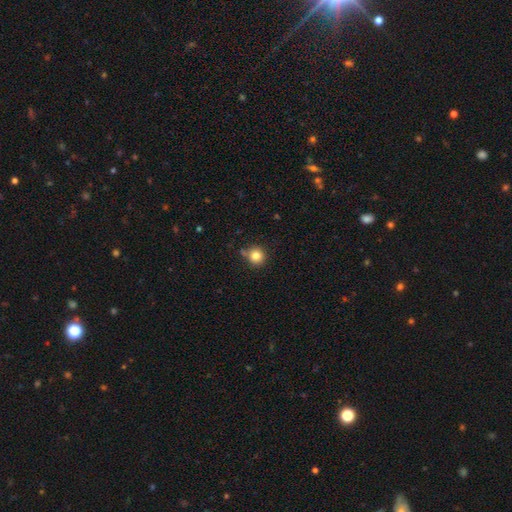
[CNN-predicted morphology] This is clearly a smooth galaxy (82%). How rounded: clearly round (92%). Merging: likely none (79%).